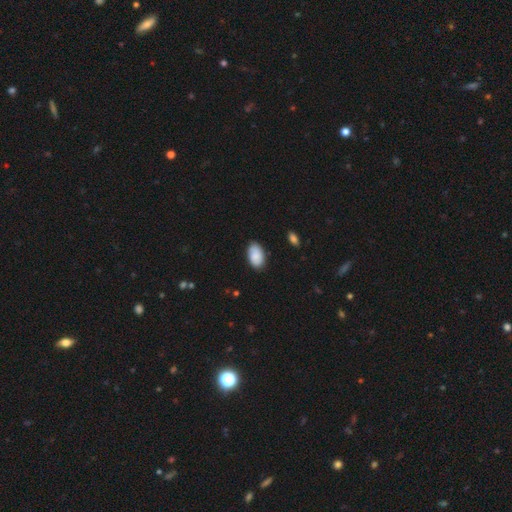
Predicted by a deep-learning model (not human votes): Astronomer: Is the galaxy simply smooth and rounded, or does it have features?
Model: smooth — 86%.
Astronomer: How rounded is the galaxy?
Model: in between — 94%.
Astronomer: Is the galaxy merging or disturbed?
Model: none — 81%.